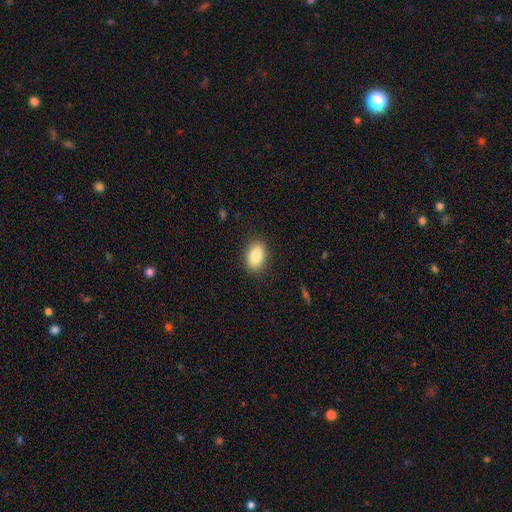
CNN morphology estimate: smooth 85%, star or artifact 7%, featured or disk 7%. Down the decision tree: how rounded — in between (85%); merging — none (88%).